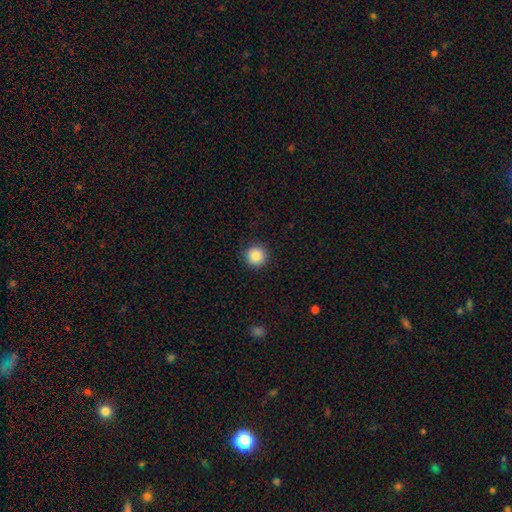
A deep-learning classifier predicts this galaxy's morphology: Q: Smooth or featured?
A: smooth (87%); runner-up: star or artifact (9%)
Q: How rounded?
A: round (96%); runner-up: in between (3%)
Q: Merging?
A: none (92%); runner-up: minor disturbance (5%)